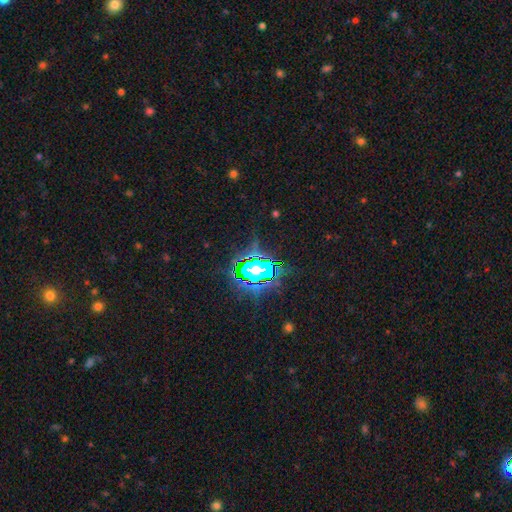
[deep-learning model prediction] This appears to be a star or artifact, not a galaxy (82%).